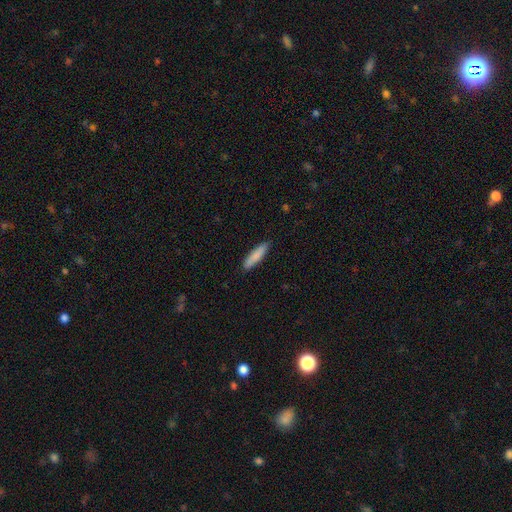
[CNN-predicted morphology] smooth 85%, featured or disk 10%, star or artifact 5%. Down the decision tree: how rounded — cigar-shaped (77%); merging — none (88%).